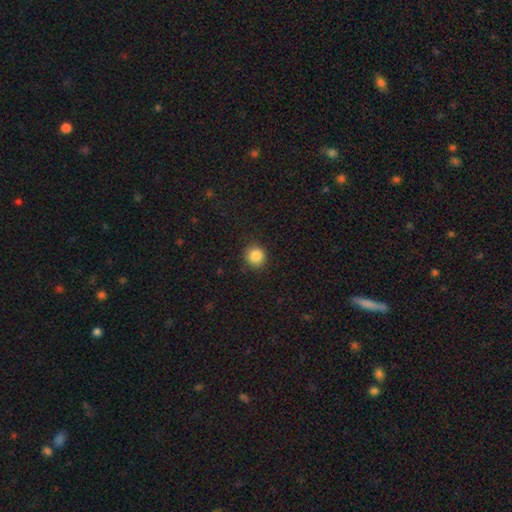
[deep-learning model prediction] A smooth galaxy with no disk features (87%) that is round (89%).

Vote fractions:
- Smooth or featured? smooth: 87% / star or artifact: 10% / featured or disk: 3%
- How rounded? round: 89% / in between: 10% / cigar-shaped: 1%
- Merging? none: 89% / minor disturbance: 8% / major disturbance: 2% / merger: 1%